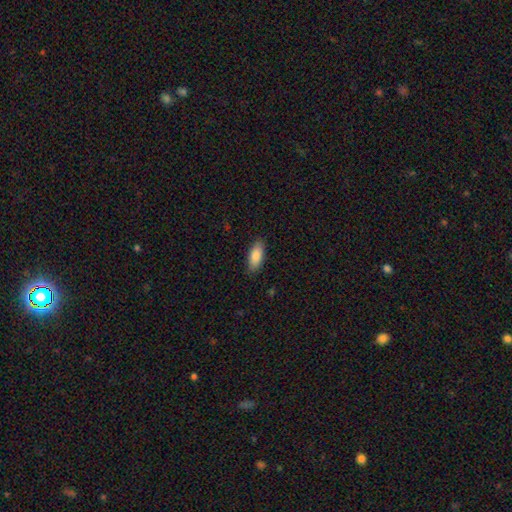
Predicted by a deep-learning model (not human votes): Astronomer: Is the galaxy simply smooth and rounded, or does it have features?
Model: smooth — 85%.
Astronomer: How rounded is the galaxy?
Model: in between — 83%.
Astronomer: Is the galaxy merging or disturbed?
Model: none — 87%.